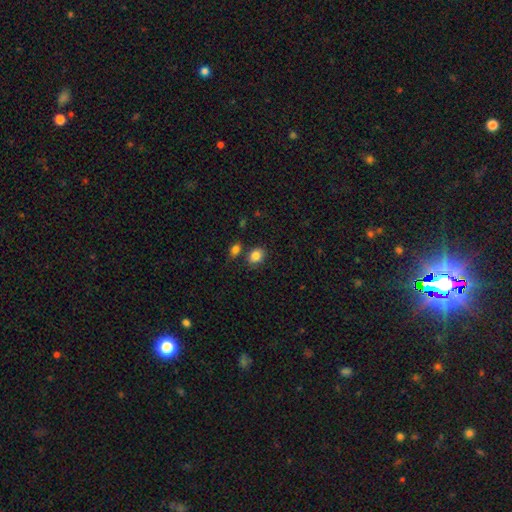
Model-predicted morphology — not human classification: Smooth or featured?
  - smooth: 85% *
  - star or artifact: 9%
  - featured or disk: 6%
How rounded?
  - in between: 50% *
  - round: 49%
  - cigar-shaped: 1%
Merging?
  - none: 75% *
  - minor disturbance: 11%
  - merger: 10%
  - major disturbance: 3%